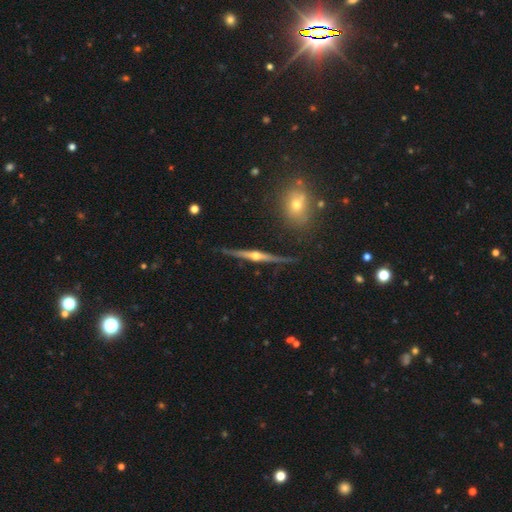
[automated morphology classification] smooth-or-featured: featured or disk: 81% | smooth: 12% | star or artifact: 7%
  disk-edge-on: yes: 97% | no: 3%
    edge-on-bulge: rounded: 93% | none: 4% | boxy: 3%
  merging: none: 86% | minor disturbance: 10% | merger: 2% | major disturbance: 2%